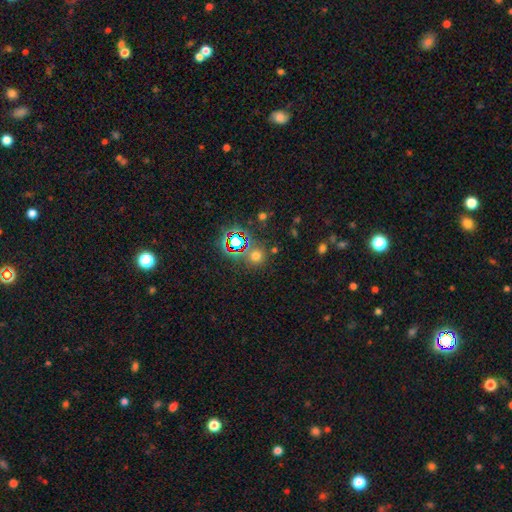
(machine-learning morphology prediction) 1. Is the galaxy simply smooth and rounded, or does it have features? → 57% smooth, 35% star or artifact, 8% featured or disk.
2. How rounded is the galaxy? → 89% round, 10% in between, 1% cigar-shaped.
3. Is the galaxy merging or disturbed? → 76% none, 10% merger, 9% minor disturbance, 5% major disturbance.